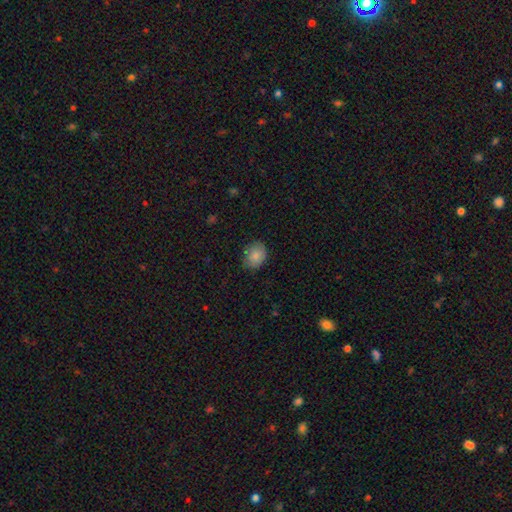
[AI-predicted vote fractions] Morphology: type=smooth (84%); roundness=round (51%); merging=none (79%).